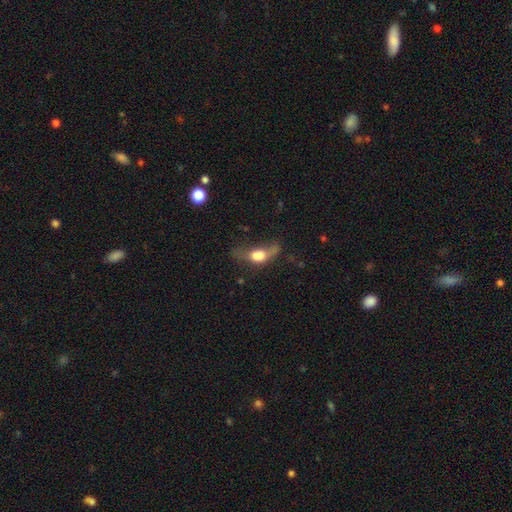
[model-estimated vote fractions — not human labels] Smooth or featured? smooth (60%)
How rounded? in between (70%)
Merging? major disturbance (41%)